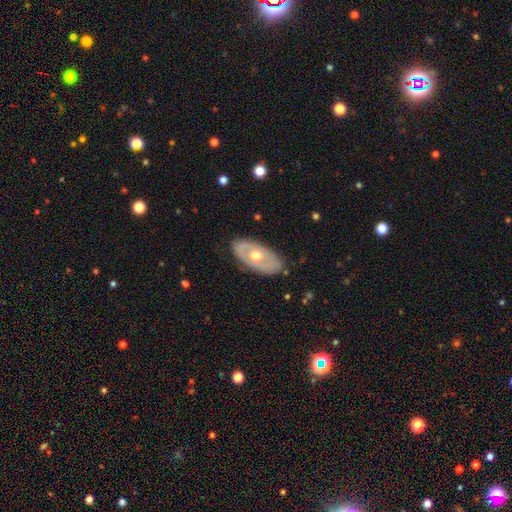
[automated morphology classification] A featured or disk galaxy (55%). Merging: none (81%).